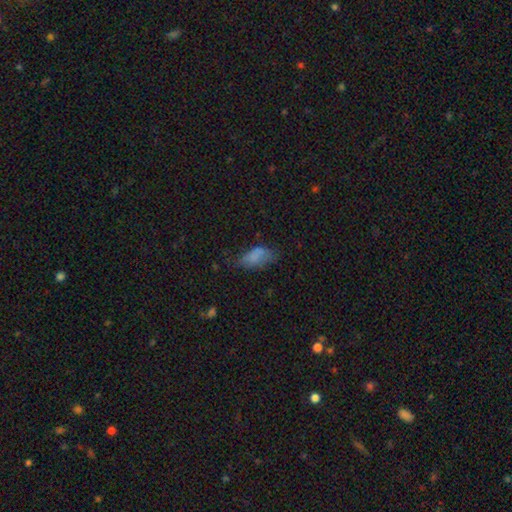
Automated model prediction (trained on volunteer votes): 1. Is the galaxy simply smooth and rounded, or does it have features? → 75% smooth, 14% featured or disk, 11% star or artifact.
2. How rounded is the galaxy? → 91% in between, 5% cigar-shaped, 4% round.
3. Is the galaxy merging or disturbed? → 45% none, 33% minor disturbance, 19% major disturbance, 4% merger.